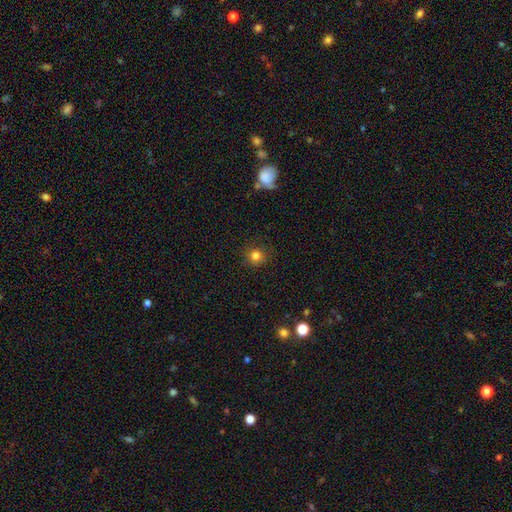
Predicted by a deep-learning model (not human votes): This appears to be a smooth galaxy with no disk features (80%) that is round (91%). Merging: none (89%).